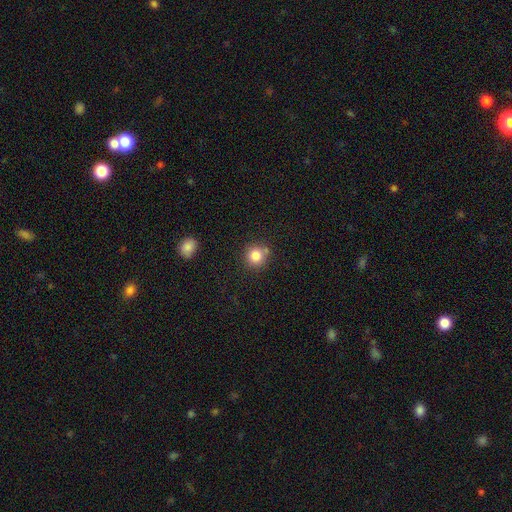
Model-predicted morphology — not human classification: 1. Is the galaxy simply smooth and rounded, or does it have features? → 83% smooth, 11% star or artifact, 6% featured or disk.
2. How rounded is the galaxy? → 91% round, 8% in between, 1% cigar-shaped.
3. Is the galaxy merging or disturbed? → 75% none, 12% minor disturbance, 9% merger, 3% major disturbance.